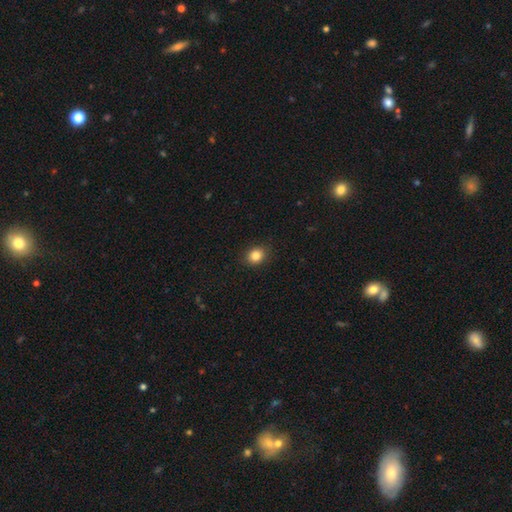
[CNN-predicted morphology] This is clearly a smooth galaxy (84%). How rounded: likely round (64%). Merging: clearly none (89%).